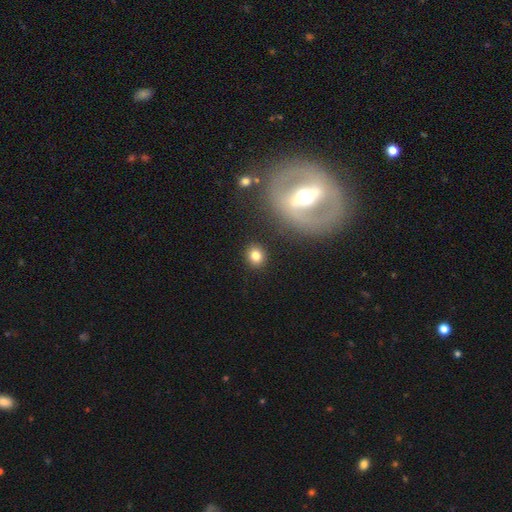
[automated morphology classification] Smooth or featured? Predicted: smooth (p=0.81). How rounded? Predicted: round (p=0.75). Merging? Predicted: none (p=0.88).